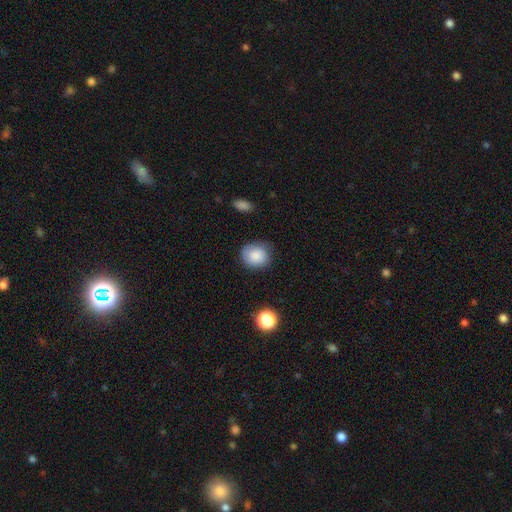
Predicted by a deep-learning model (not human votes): A smooth galaxy with no disk features (85%) that is round (68%).

Vote fractions:
- Smooth or featured? smooth: 85% / star or artifact: 9% / featured or disk: 7%
- How rounded? round: 68% / in between: 31% / cigar-shaped: 1%
- Merging? none: 73% / minor disturbance: 20% / major disturbance: 4% / merger: 2%